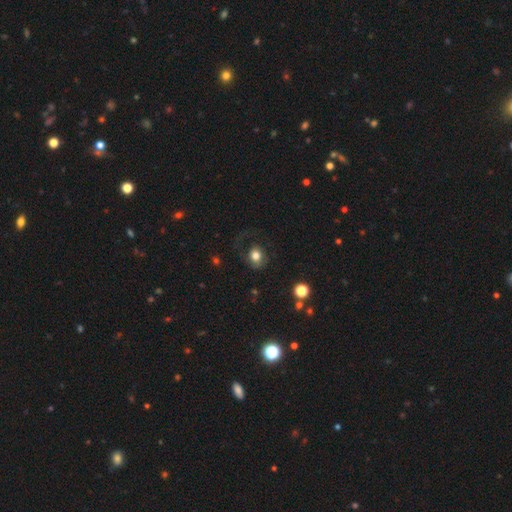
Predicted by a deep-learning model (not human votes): This is likely a smooth galaxy (72%). How rounded: likely round (61%). Merging: possibly none (52%).